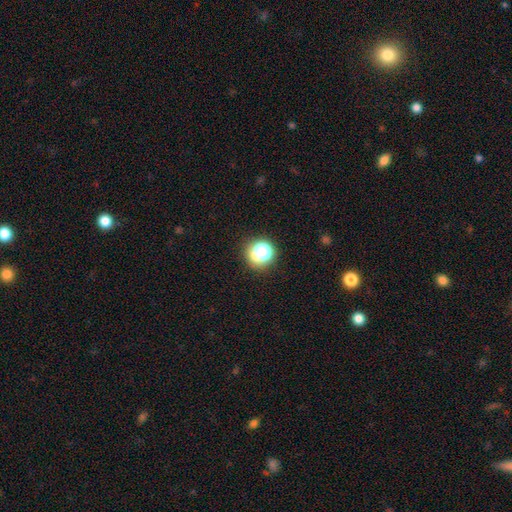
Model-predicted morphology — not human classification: Smooth or featured: smooth — 62% (star or artifact — 28%)
How rounded: round — 88% (in between — 11%)
Merging: none — 77% (minor disturbance — 11%)